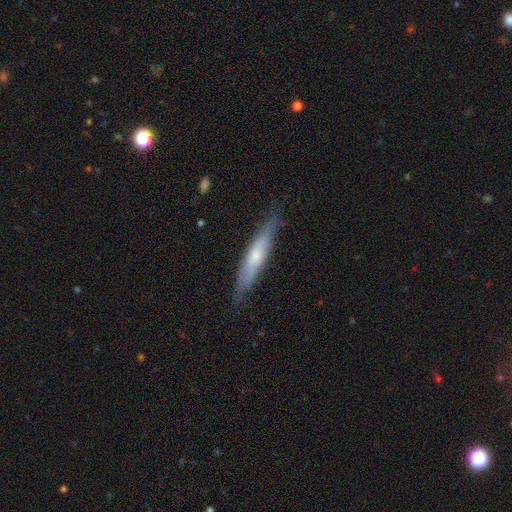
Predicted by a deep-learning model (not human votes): Smooth or featured: smooth — 48% (featured or disk — 46%)
Merging: none — 80% (minor disturbance — 15%)